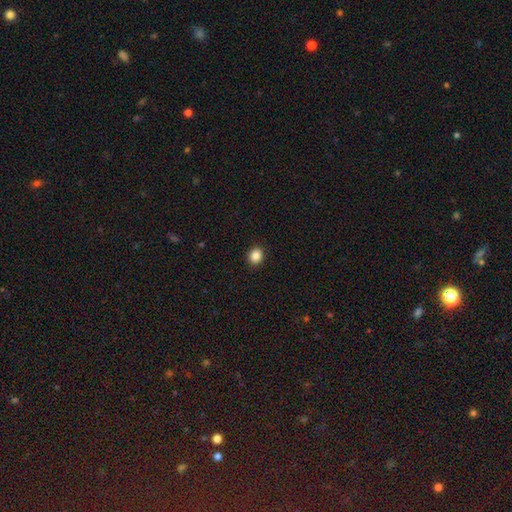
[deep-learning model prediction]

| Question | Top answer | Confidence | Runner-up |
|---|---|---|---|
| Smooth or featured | smooth | 87% | star or artifact (10%) |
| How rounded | round | 69% | in between (30%) |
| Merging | none | 92% | minor disturbance (6%) |